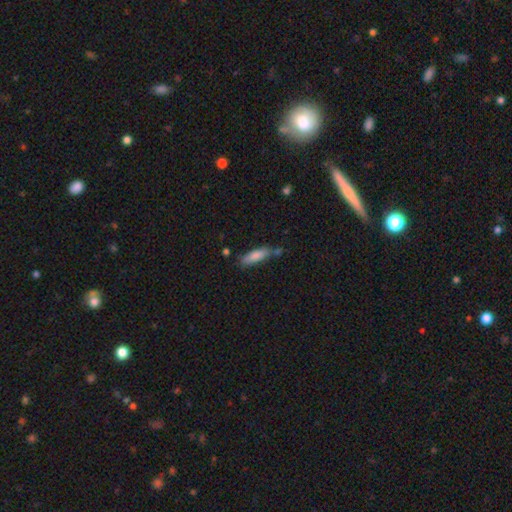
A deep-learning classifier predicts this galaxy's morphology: A smooth galaxy with no disk features (79%) that is cigar-shaped (61%). Merging: none (66%).